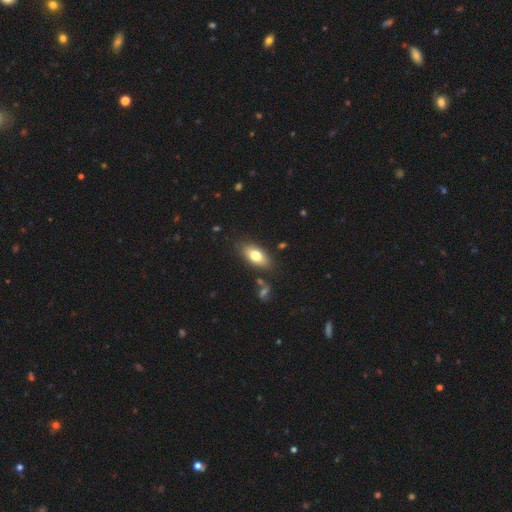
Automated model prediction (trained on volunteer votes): smooth 76%, featured or disk 17%, star or artifact 7%. Down the decision tree: how rounded — in between (88%); merging — none (83%).